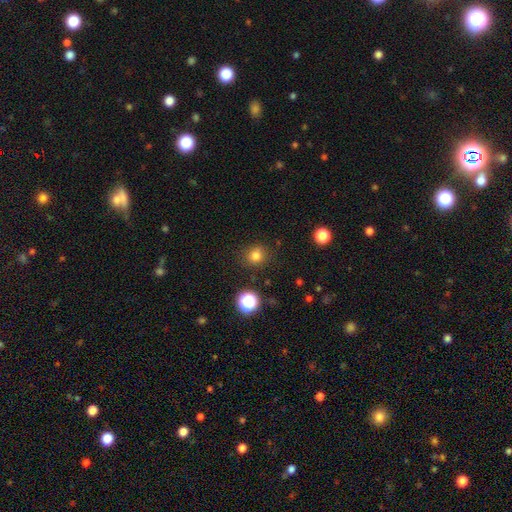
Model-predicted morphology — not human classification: This is likely a smooth galaxy (79%). How rounded: clearly round (82%). Merging: clearly none (85%).